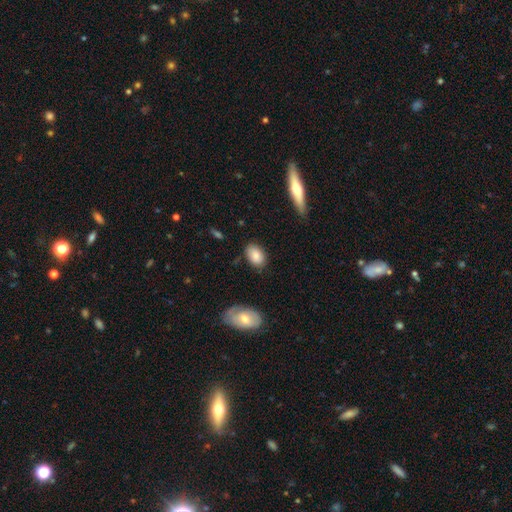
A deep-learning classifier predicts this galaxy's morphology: This appears to be a smooth galaxy with no disk features (84%) that is in between round and cigar-shaped (86%). Merging: none (81%).